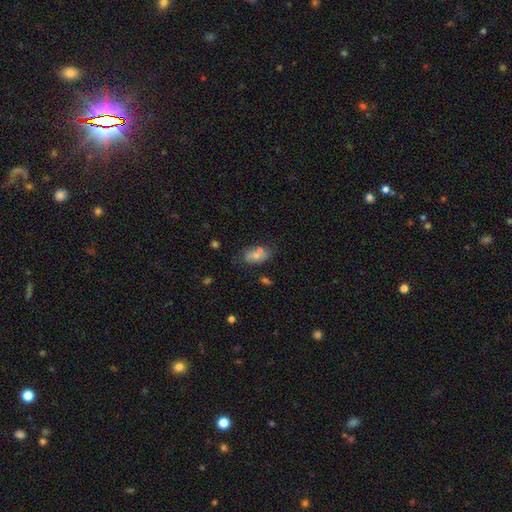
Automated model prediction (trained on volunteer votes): Q: Smooth or featured?
A: smooth (59%); runner-up: featured or disk (23%)
Q: How rounded?
A: in between (81%); runner-up: round (15%)
Q: Merging?
A: none (58%); runner-up: merger (20%)